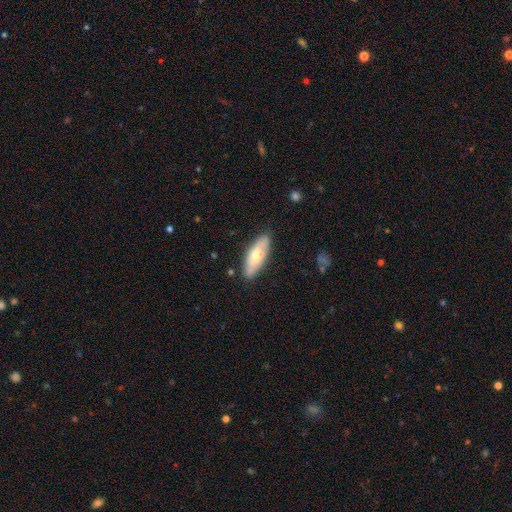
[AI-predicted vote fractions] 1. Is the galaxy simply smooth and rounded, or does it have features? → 54% smooth, 40% featured or disk, 6% star or artifact.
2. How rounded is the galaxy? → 68% in between, 30% cigar-shaped, 2% round.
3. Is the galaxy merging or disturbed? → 79% none, 15% minor disturbance, 3% major disturbance, 2% merger.